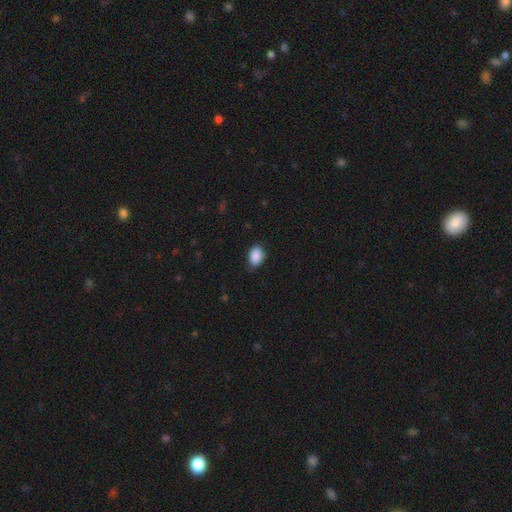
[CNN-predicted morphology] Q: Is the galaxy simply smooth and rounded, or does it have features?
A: smooth — 89%.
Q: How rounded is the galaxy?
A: in between — 81%.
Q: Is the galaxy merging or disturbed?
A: none — 82%.